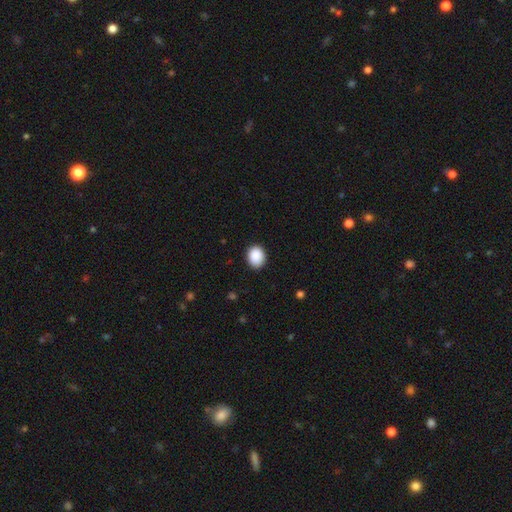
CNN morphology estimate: smooth-or-featured: smooth: 90% | star or artifact: 8% | featured or disk: 3%
  how-rounded: round: 52% | in between: 47% | cigar-shaped: 1%
  merging: none: 88% | minor disturbance: 9% | major disturbance: 2% | merger: 1%